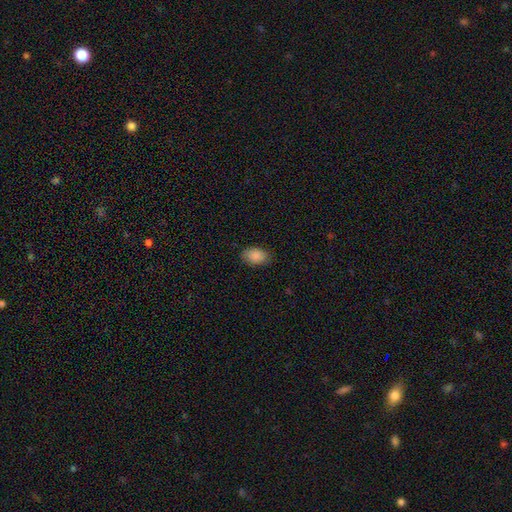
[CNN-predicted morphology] smooth 88%, star or artifact 7%, featured or disk 4%. Down the decision tree: how rounded — in between (85%); merging — none (81%).